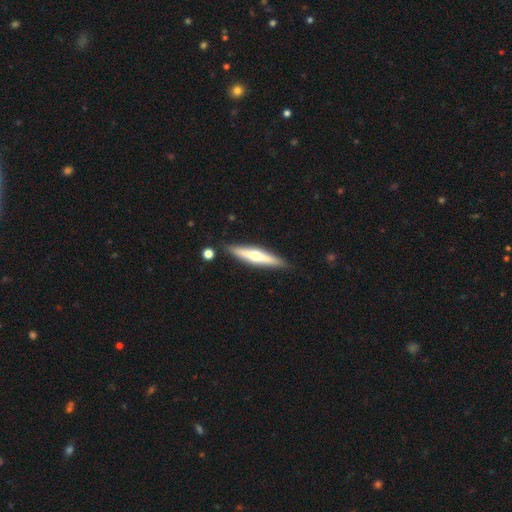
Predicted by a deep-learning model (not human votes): Smooth or featured? featured or disk (60%)
Edge-on disk? yes (94%)
Edge-on bulge? rounded (90%)
Merging? none (87%)